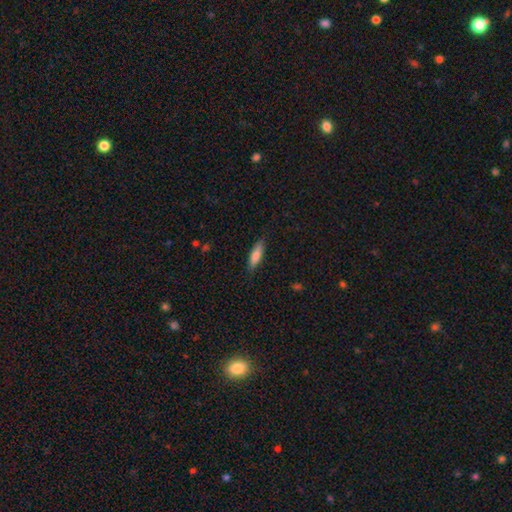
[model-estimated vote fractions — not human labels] A smooth galaxy with no disk features (77%) that is cigar-shaped (61%).

Vote fractions:
- Smooth or featured? smooth: 77% / featured or disk: 17% / star or artifact: 6%
- How rounded? cigar-shaped: 61% / in between: 37% / round: 2%
- Merging? none: 86% / minor disturbance: 11% / major disturbance: 2% / merger: 1%